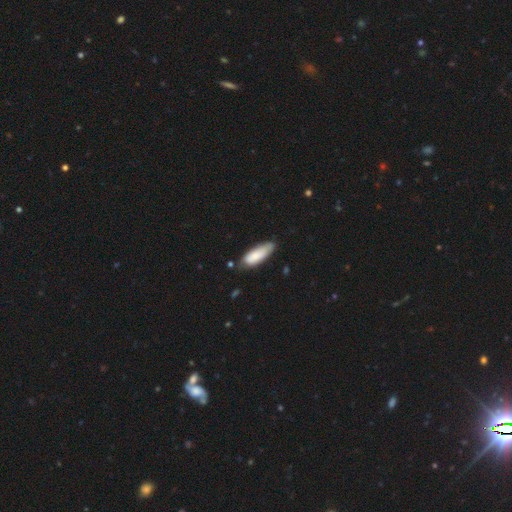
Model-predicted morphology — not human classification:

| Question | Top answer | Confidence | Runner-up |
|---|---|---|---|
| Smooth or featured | smooth | 81% | featured or disk (13%) |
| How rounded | in between | 59% | cigar-shaped (39%) |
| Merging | none | 64% | minor disturbance (28%) |